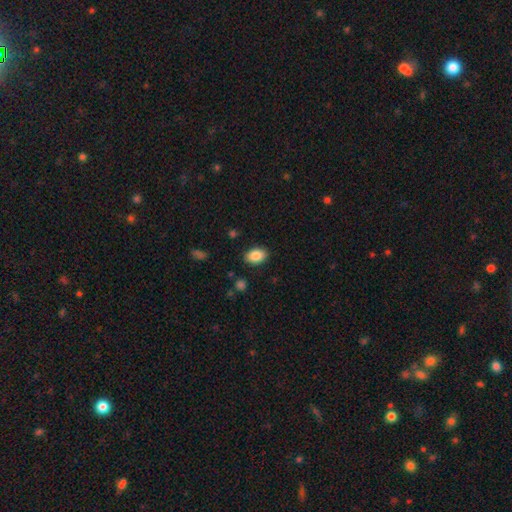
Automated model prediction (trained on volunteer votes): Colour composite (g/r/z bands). It shows a smooth galaxy with no disk features (87%) that is in between round and cigar-shaped (88%). Merging: none (87%).